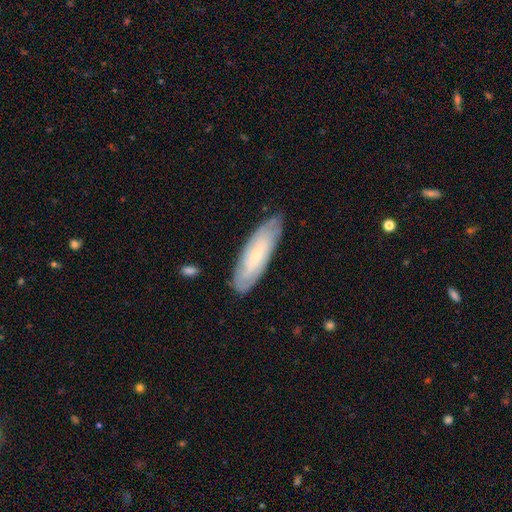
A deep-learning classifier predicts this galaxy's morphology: Smooth or featured: featured or disk — 50% (smooth — 43%)
Edge-on disk: no — 74% (yes — 26%)
Merging: none — 80% (minor disturbance — 16%)